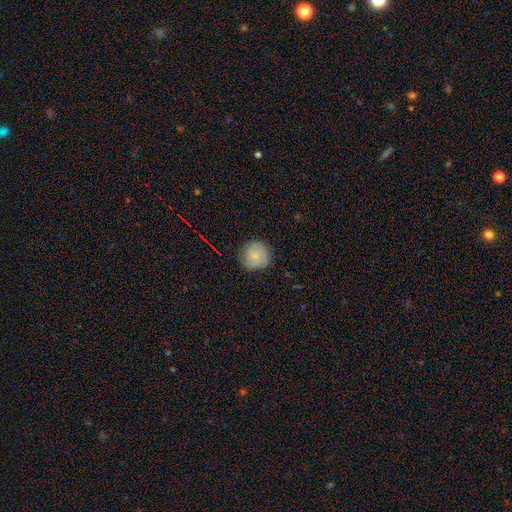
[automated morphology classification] Overall: smooth (67%). How rounded: round (92%). Merging: none (80%).